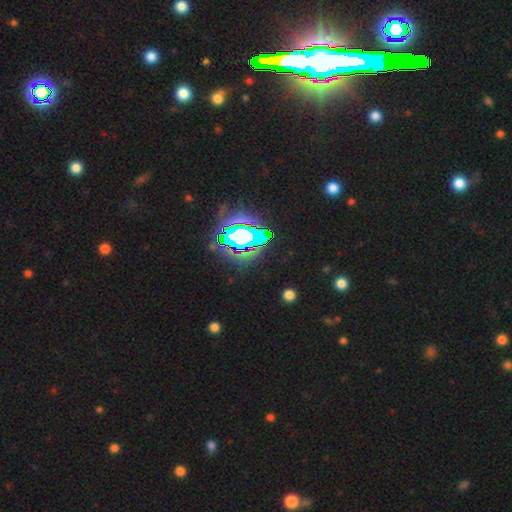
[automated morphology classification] A star or artifact, not a galaxy (84%).